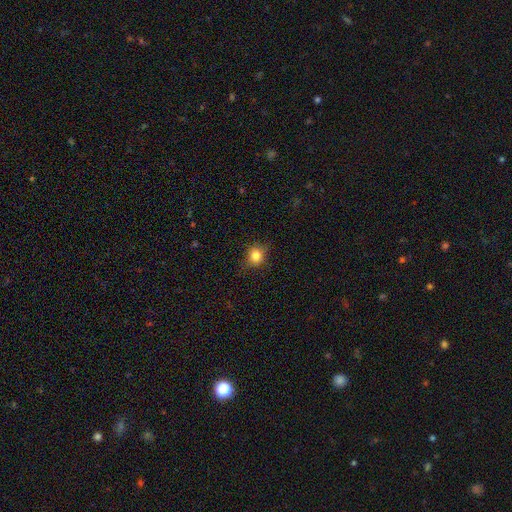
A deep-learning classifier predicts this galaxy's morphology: This is clearly a smooth galaxy (81%). How rounded: likely round (76%). Merging: likely none (80%).